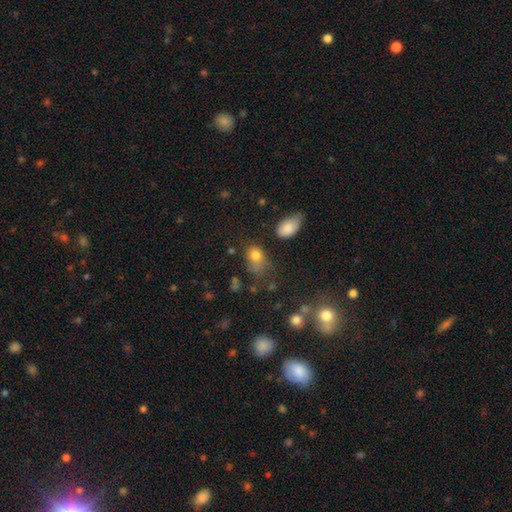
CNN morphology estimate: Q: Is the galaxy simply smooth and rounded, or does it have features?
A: smooth — 78%.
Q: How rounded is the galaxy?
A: in between — 67%.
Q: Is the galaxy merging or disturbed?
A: none — 37%.